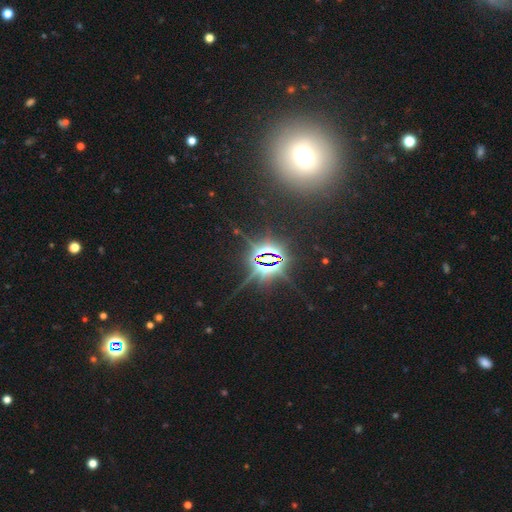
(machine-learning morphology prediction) This is likely a star or artifact rather than a galaxy (75%).